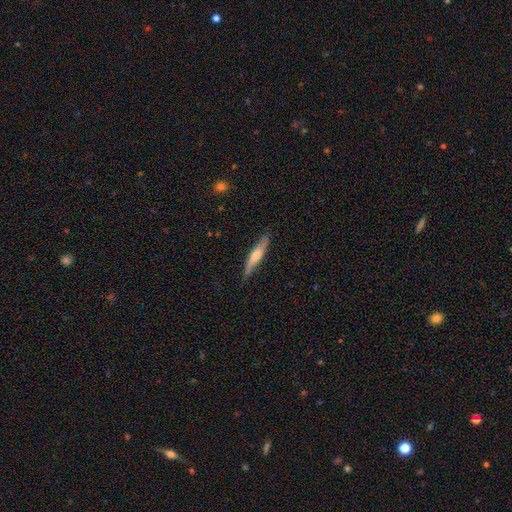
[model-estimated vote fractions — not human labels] smooth-or-featured: featured or disk: 52% | smooth: 42% | star or artifact: 6%
  disk-edge-on: yes: 90% | no: 10%
  merging: none: 80% | minor disturbance: 16% | major disturbance: 2% | merger: 1%